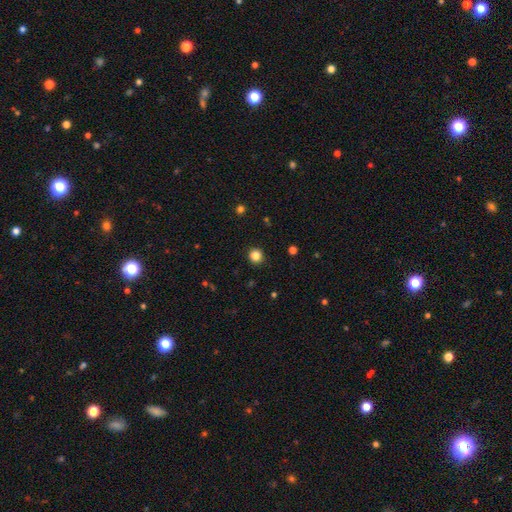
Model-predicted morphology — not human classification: The model was most divided on "smooth or featured": smooth: 84%, star or artifact: 12%, featured or disk: 4%. More confident: how rounded — round (93%); merging — none (92%).